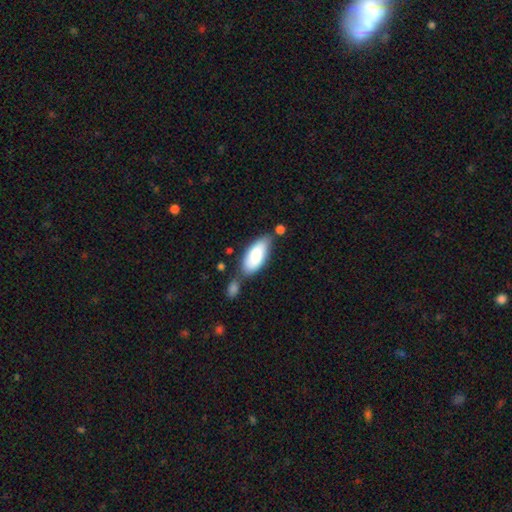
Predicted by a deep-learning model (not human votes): Smooth or featured: smooth — 80% (featured or disk — 15%)
How rounded: in between — 87% (cigar-shaped — 11%)
Merging: none — 54% (merger — 21%)